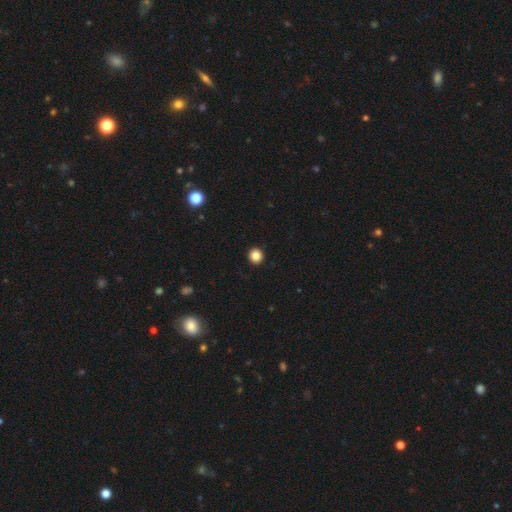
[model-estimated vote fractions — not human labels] Q: Smooth or featured?
A: smooth (85%); runner-up: star or artifact (11%)
Q: How rounded?
A: round (93%); runner-up: in between (6%)
Q: Merging?
A: none (94%); runner-up: minor disturbance (4%)